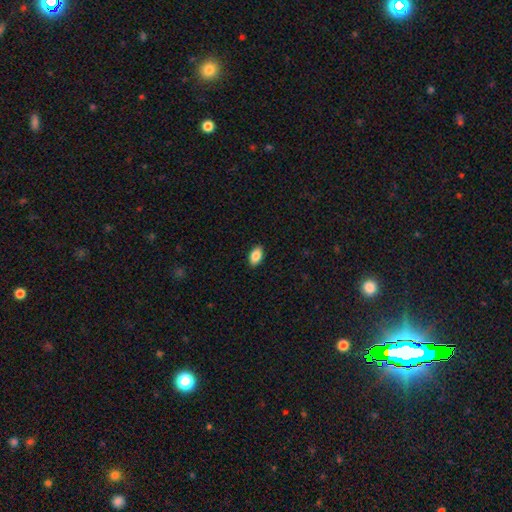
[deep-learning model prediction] Q: Smooth or featured?
A: smooth (87%); runner-up: star or artifact (7%)
Q: How rounded?
A: in between (92%); runner-up: round (6%)
Q: Merging?
A: none (89%); runner-up: minor disturbance (8%)